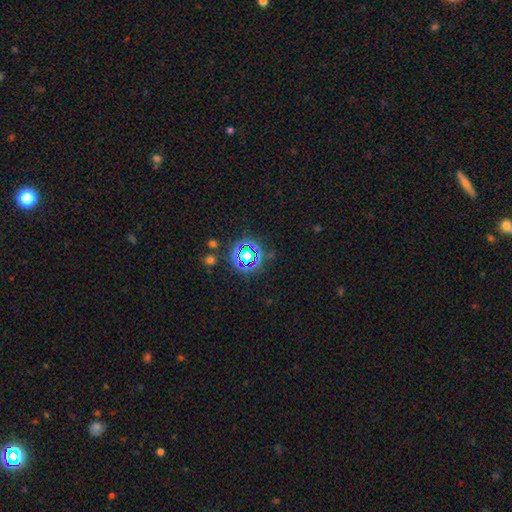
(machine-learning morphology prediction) This is likely a star or artifact rather than a galaxy (66%).